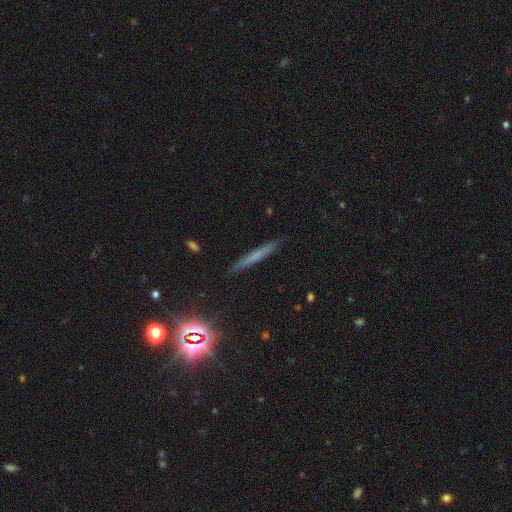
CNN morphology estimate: Smooth or featured: smooth — 52% (featured or disk — 34%)
How rounded: cigar-shaped — 94% (in between — 3%)
Merging: none — 89% (minor disturbance — 8%)